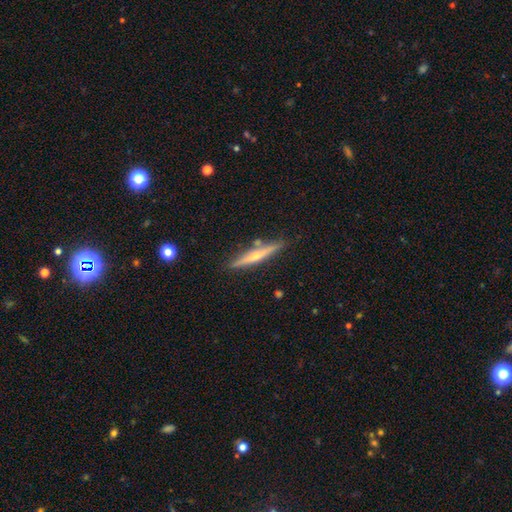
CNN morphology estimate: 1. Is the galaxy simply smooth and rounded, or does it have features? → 66% featured or disk, 28% smooth, 6% star or artifact.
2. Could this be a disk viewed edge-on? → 97% yes, 3% no.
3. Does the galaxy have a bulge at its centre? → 84% rounded, 13% none, 3% boxy.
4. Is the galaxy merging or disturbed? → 85% none, 9% minor disturbance, 4% merger, 2% major disturbance.